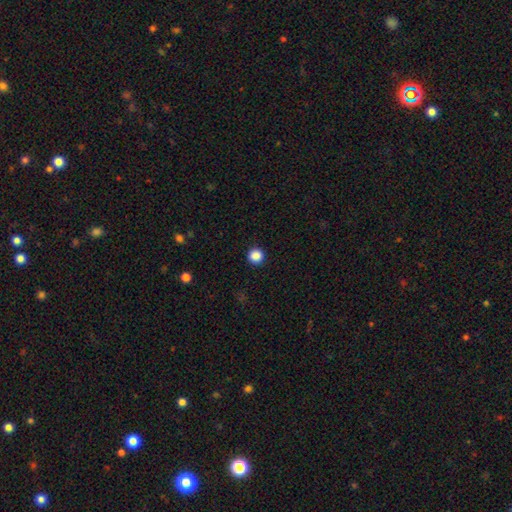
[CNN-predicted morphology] smooth_or_featured: smooth (p=0.87) [alt: star or artifact p=0.10]
how_rounded: round (p=0.94) [alt: in between p=0.05]
merging: none (p=0.93) [alt: minor disturbance p=0.05]